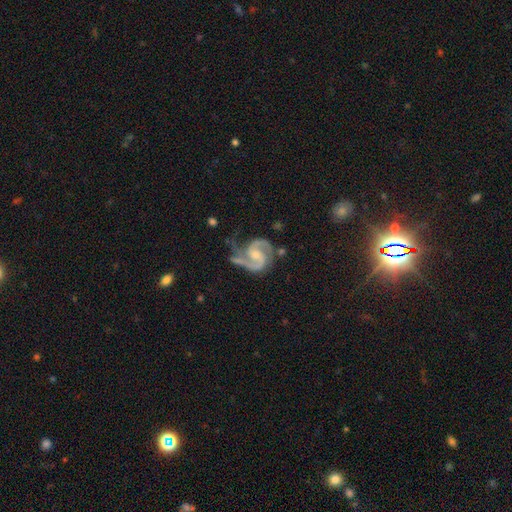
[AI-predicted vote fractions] This appears to be a featured or disk galaxy (93%) with no bar (44%), 2 (90%) medium (60%) spiral arms (98%) and a small central bulge (53%). Merging: none (55%).